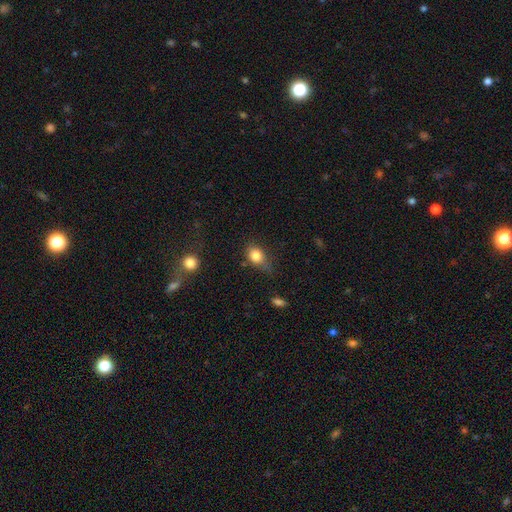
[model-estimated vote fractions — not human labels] Smooth or featured? Predicted: smooth (p=0.81). How rounded? Predicted: in between (p=0.59). Merging? Predicted: none (p=0.54).